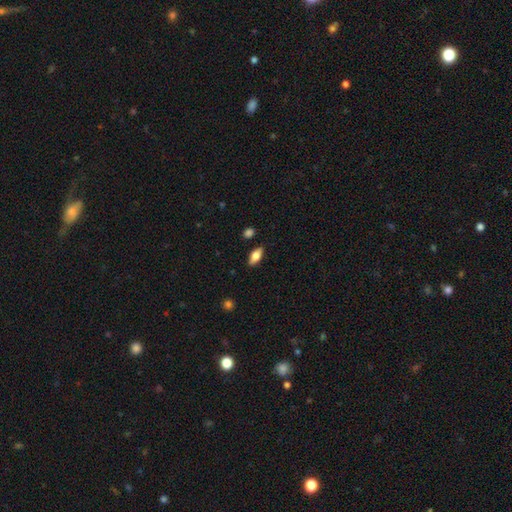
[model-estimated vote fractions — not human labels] smooth-or-featured: smooth: 74% | featured or disk: 19% | star or artifact: 7%
  how-rounded: in between: 85% | cigar-shaped: 11% | round: 3%
  merging: none: 86% | minor disturbance: 10% | major disturbance: 2% | merger: 2%